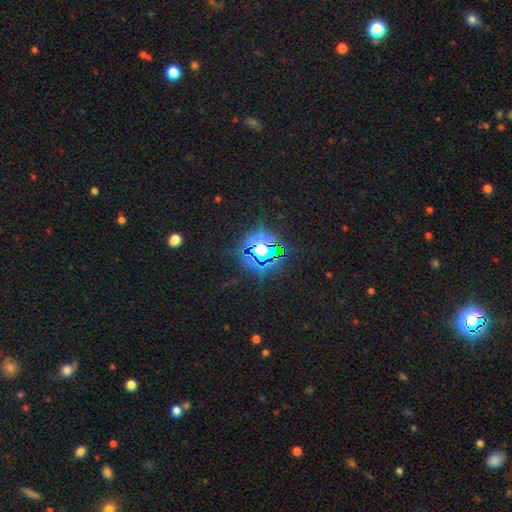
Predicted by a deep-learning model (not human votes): Smooth or featured? star or artifact (75%)